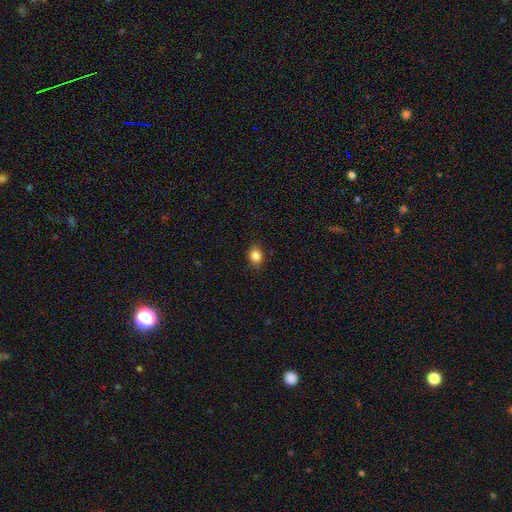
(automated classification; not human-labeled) smooth 85%, star or artifact 10%, featured or disk 5%. Down the decision tree: how rounded — round (54%); merging — none (85%).